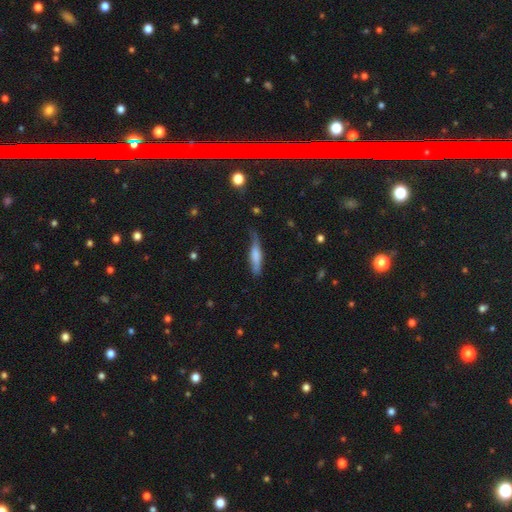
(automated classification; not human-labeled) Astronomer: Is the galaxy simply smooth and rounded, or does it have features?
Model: smooth — 65%.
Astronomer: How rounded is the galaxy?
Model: cigar-shaped — 74%.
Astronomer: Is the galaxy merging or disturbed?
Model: none — 52% (runner-up: minor disturbance, 35%).